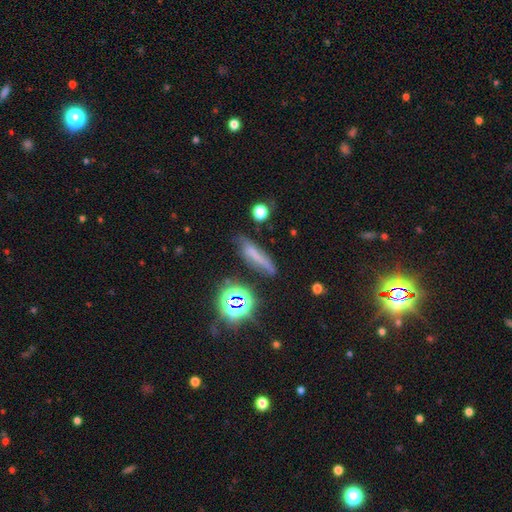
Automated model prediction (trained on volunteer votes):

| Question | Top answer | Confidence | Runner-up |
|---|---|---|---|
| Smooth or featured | smooth | 50% | featured or disk (27%) |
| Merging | none | 61% | minor disturbance (25%) |